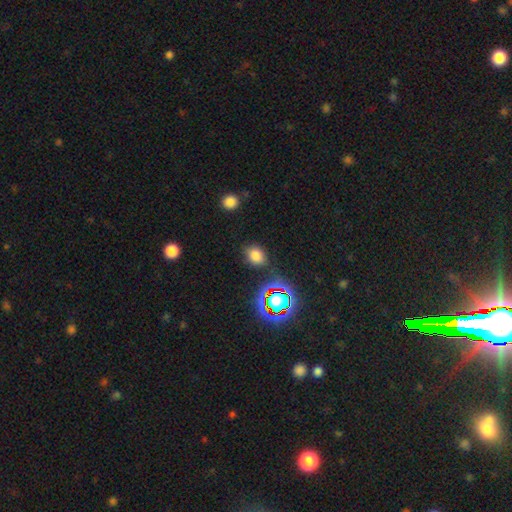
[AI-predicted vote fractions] This appears to be a smooth galaxy with no disk features (73%) that is in between round and cigar-shaped (51%). Merging: none (79%).